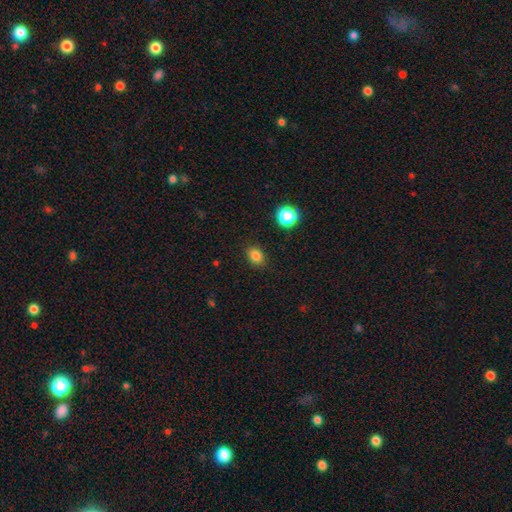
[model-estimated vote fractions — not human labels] The model was most divided on "how rounded": in between: 63%, round: 36%, cigar-shaped: 1%. More confident: merging — none (87%); smooth or featured — smooth (83%).